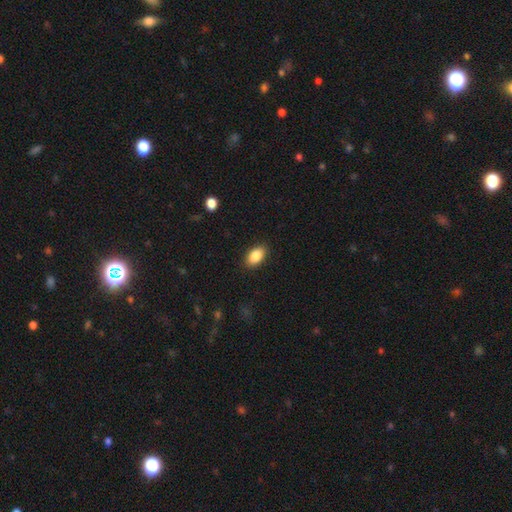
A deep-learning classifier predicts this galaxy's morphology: smooth_or_featured: smooth (p=0.87) [alt: star or artifact p=0.07]
how_rounded: in between (p=0.92) [alt: round p=0.07]
merging: none (p=0.88) [alt: minor disturbance p=0.09]